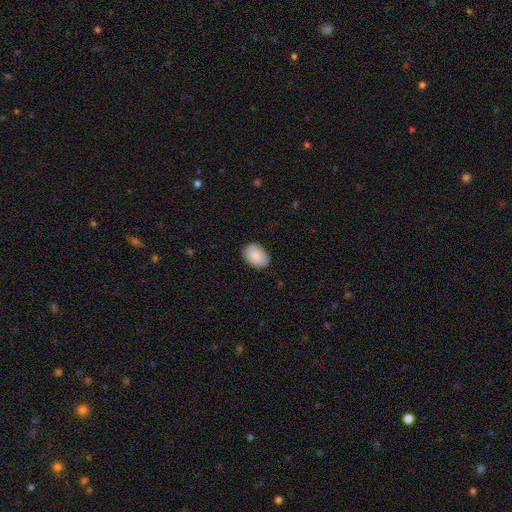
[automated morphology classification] A smooth galaxy with no disk features (88%) that is in between round and cigar-shaped (84%).

Vote fractions:
- Smooth or featured? smooth: 88% / star or artifact: 6% / featured or disk: 6%
- How rounded? in between: 84% / round: 15% / cigar-shaped: 1%
- Merging? none: 85% / minor disturbance: 12% / major disturbance: 2% / merger: 1%